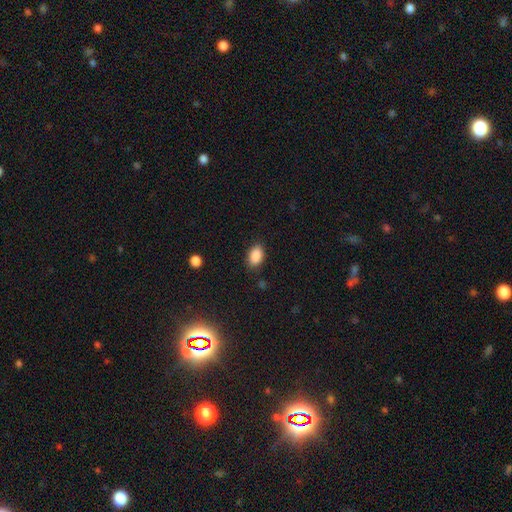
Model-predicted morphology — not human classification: Q: Smooth or featured?
A: smooth (89%); runner-up: star or artifact (8%)
Q: How rounded?
A: in between (88%); runner-up: round (11%)
Q: Merging?
A: none (85%); runner-up: minor disturbance (11%)